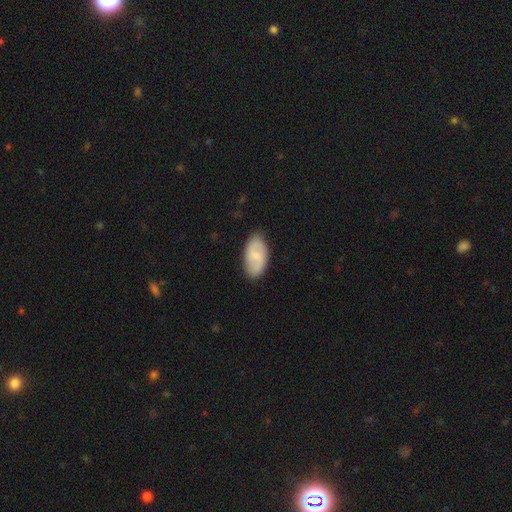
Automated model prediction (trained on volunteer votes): smooth-or-featured: smooth: 59% | featured or disk: 35% | star or artifact: 6%
  how-rounded: in between: 93% | cigar-shaped: 4% | round: 3%
  merging: none: 84% | minor disturbance: 12% | major disturbance: 2% | merger: 1%